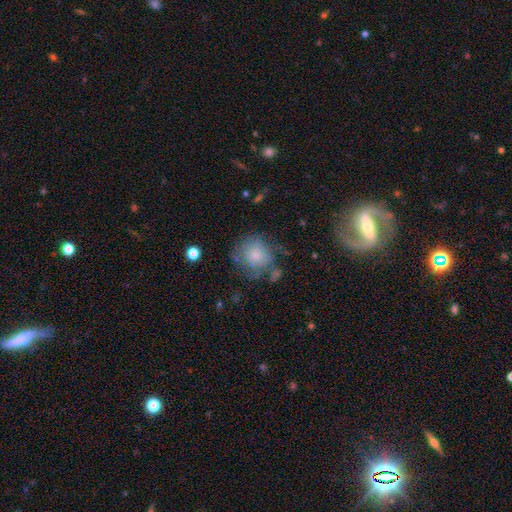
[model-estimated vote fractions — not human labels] Smooth or featured? smooth (68%)
How rounded? round (86%)
Merging? none (53%)